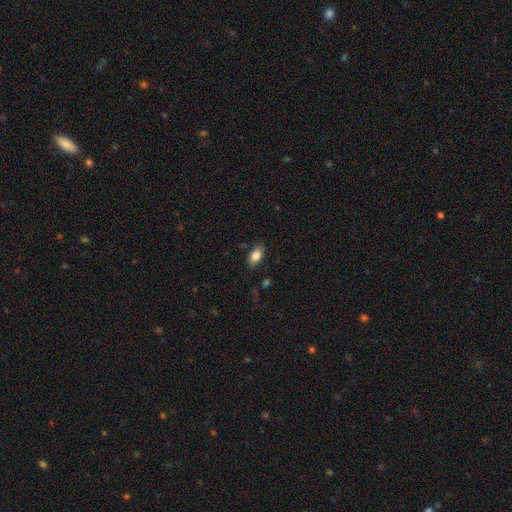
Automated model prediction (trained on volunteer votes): A smooth galaxy with no disk features (83%) that is in between round and cigar-shaped (90%). Merging: none (82%).